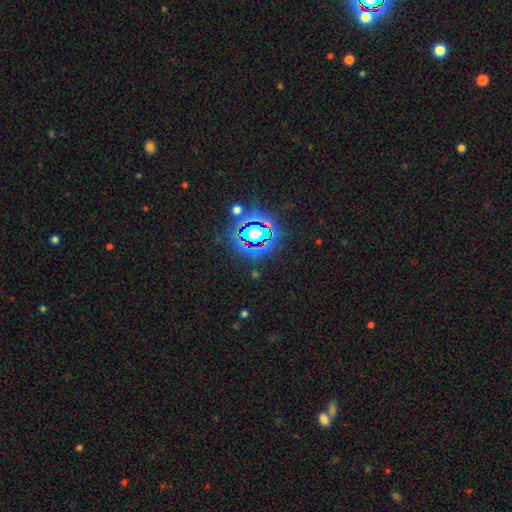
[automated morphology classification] A star or artifact, not a galaxy (80%).